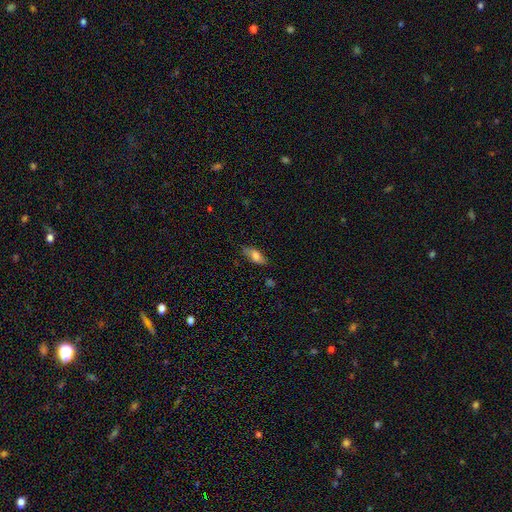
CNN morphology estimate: Overall: smooth (73%). How rounded: in between (81%). Merging: none (76%).